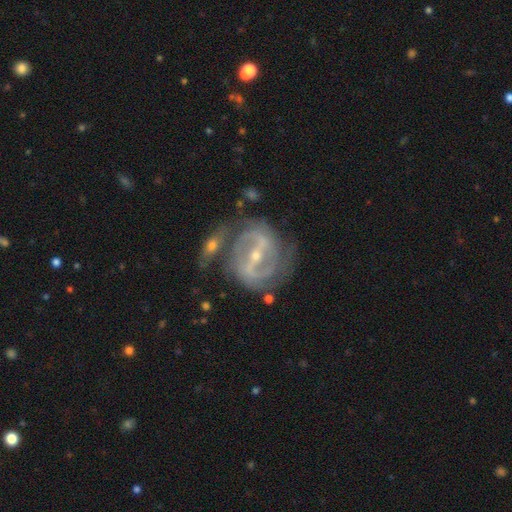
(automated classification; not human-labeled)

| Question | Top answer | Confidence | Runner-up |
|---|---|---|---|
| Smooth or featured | featured or disk | 90% | star or artifact (5%) |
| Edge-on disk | no | 96% | yes (4%) |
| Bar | strong | 67% | weak (25%) |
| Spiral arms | yes | 93% | no (7%) |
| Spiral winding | tight | 46% | medium (42%) |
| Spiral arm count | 2 | 73% | can't tell (11%) |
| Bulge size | small | 62% | moderate (35%) |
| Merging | none | 59% | minor disturbance (17%) |